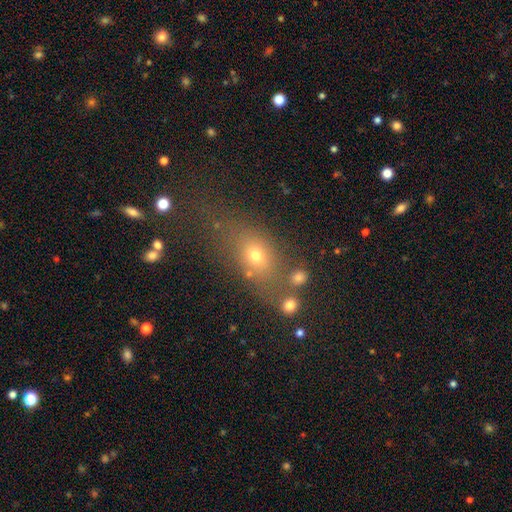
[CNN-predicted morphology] Smooth or featured?
  - smooth: 58% *
  - star or artifact: 25%
  - featured or disk: 17%
How rounded?
  - in between: 56% *
  - round: 31%
  - cigar-shaped: 13%
Merging?
  - none: 61% *
  - minor disturbance: 15%
  - merger: 14%
  - major disturbance: 10%